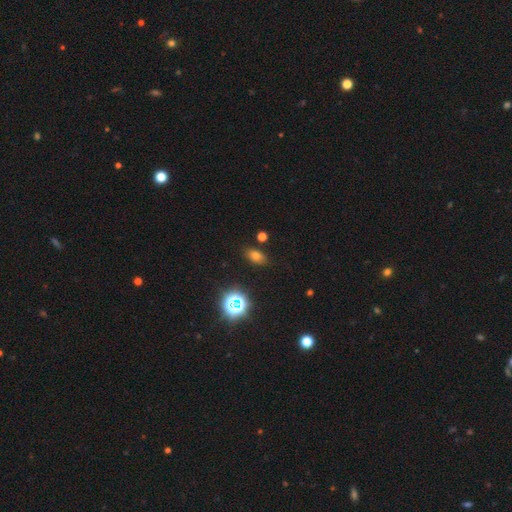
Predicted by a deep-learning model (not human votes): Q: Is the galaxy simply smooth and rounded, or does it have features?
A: smooth — 67%.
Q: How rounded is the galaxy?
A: in between — 83%.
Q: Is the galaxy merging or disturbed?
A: none — 84%.